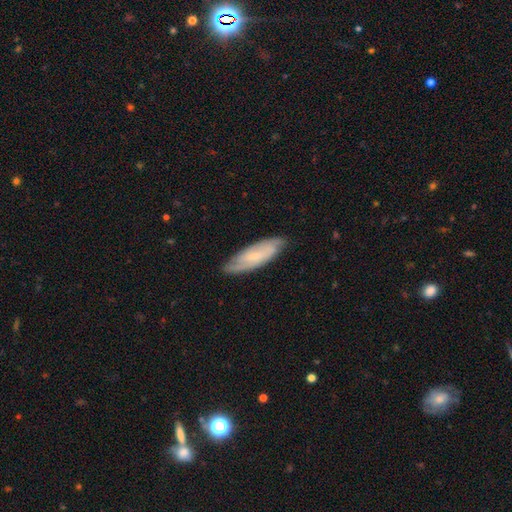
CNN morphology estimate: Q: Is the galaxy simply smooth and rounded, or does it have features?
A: featured or disk — 62%.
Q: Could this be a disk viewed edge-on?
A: no — 79%.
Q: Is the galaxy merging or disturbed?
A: none — 80%.